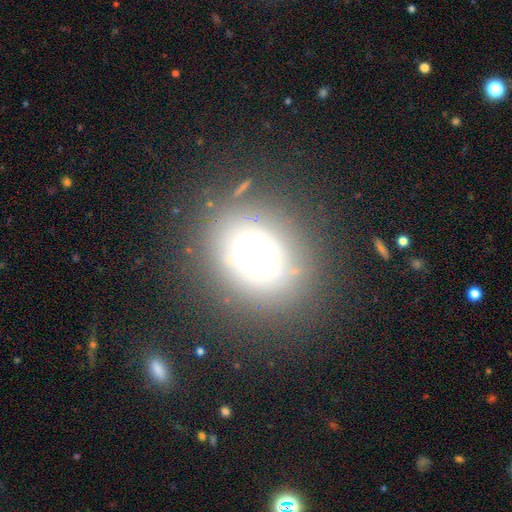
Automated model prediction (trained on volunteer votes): smooth-or-featured: smooth: 51% | featured or disk: 33% | star or artifact: 16%
  how-rounded: round: 57% | in between: 42% | cigar-shaped: 1%
  merging: none: 78% | minor disturbance: 12% | major disturbance: 7% | merger: 3%